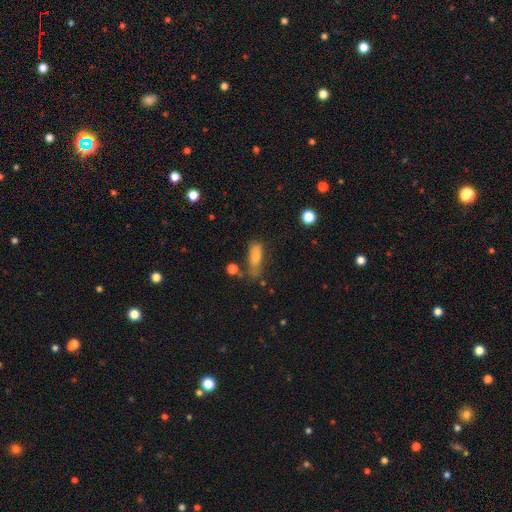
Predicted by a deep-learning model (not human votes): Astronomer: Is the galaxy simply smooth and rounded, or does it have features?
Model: smooth — 69%.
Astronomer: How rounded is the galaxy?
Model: in between — 64%.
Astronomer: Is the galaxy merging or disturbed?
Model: none — 48% (runner-up: minor disturbance, 28%).